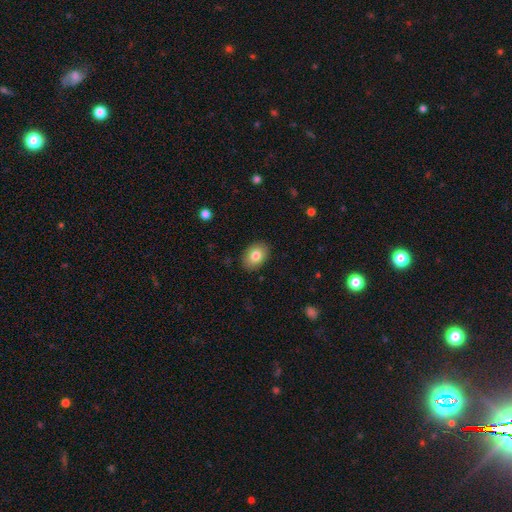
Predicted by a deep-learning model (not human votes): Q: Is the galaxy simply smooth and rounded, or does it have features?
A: smooth — 82%.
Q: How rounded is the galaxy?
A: in between — 78%.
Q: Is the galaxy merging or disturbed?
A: none — 88%.